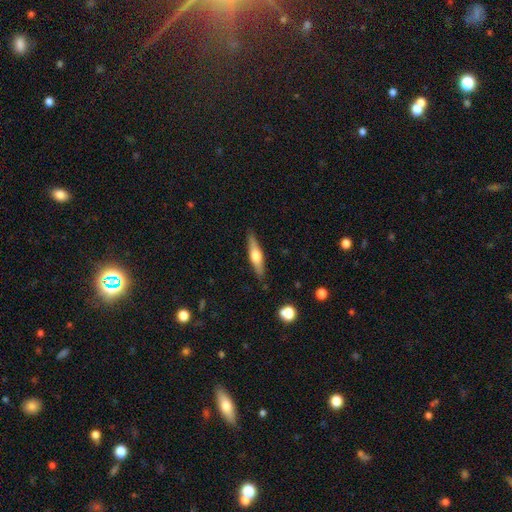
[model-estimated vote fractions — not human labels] Overall: featured or disk (54%; smooth 40%). Edge-on disk: yes (93%). Edge-on bulge: rounded (89%). Merging: none (86%).